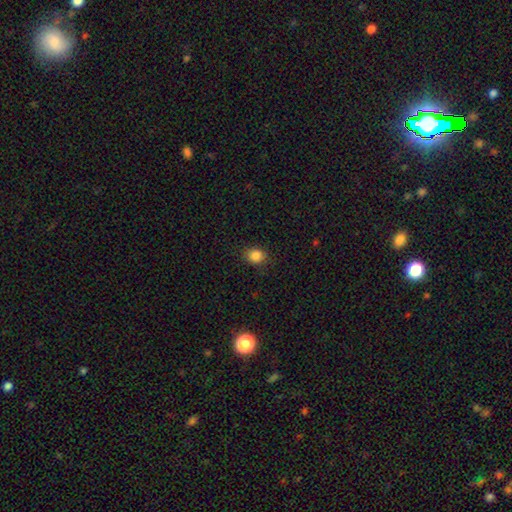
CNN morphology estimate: smooth_or_featured: smooth (p=0.85) [alt: star or artifact p=0.11]
how_rounded: round (p=0.67) [alt: in between p=0.33]
merging: none (p=0.87) [alt: minor disturbance p=0.10]